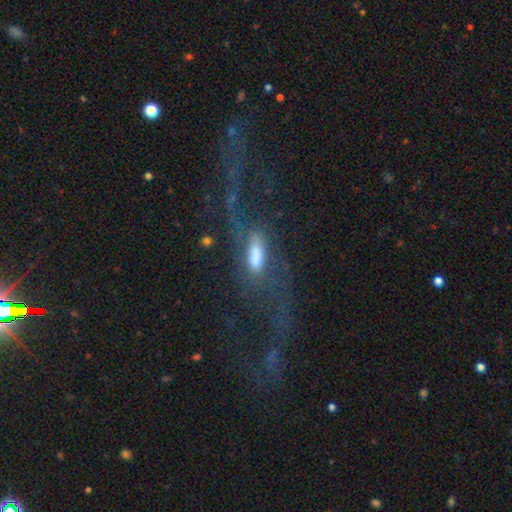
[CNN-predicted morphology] Smooth or featured?
  - featured or disk: 76% *
  - smooth: 15%
  - star or artifact: 10%
Edge-on disk?
  - no: 79% *
  - yes: 21%
Bar?
  - weak: 42% *
  - strong: 31%
  - no: 27%
Spiral arms?
  - yes: 84% *
  - no: 16%
Spiral winding?
  - loose: 84% *
  - medium: 12%
  - tight: 4%
Spiral arm count?
  - 2: 85% *
  - can't tell: 5%
  - 1: 4%
  - 3: 2%
  - 4: 2%
  - more than 4: 2%
Bulge size?
  - moderate: 44% *
  - small: 23%
  - large: 21%
  - none: 8%
  - dominant: 4%
Merging?
  - none: 45% *
  - major disturbance: 35%
  - minor disturbance: 15%
  - merger: 5%